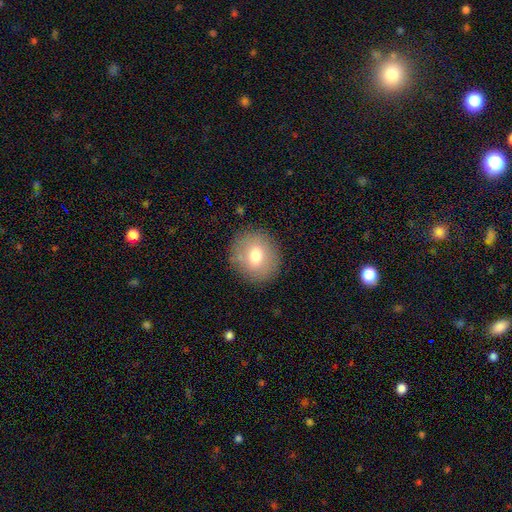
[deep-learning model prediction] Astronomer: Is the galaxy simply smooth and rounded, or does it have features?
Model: smooth — 72%.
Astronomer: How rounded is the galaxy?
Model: round — 81%.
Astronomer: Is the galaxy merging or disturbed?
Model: none — 86%.